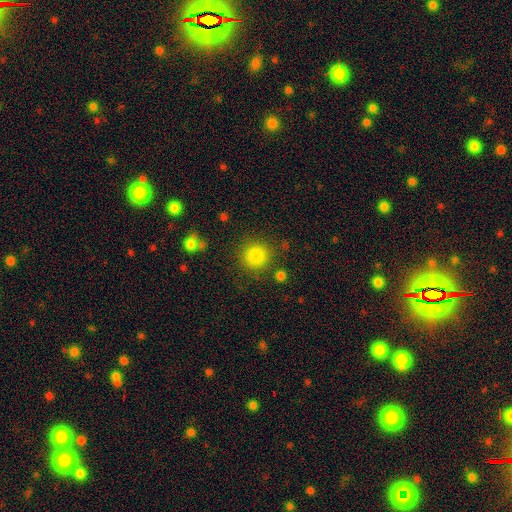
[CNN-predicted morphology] smooth_or_featured: smooth (p=0.85) [alt: star or artifact p=0.11]
how_rounded: round (p=0.92) [alt: in between p=0.07]
merging: none (p=0.84) [alt: minor disturbance p=0.08]